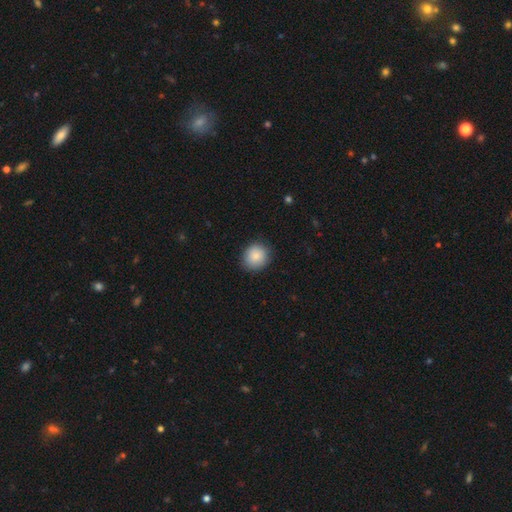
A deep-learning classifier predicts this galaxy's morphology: The model was most divided on "how rounded": round: 83%, in between: 16%, cigar-shaped: 1%. More confident: merging — none (87%); smooth or featured — smooth (86%).